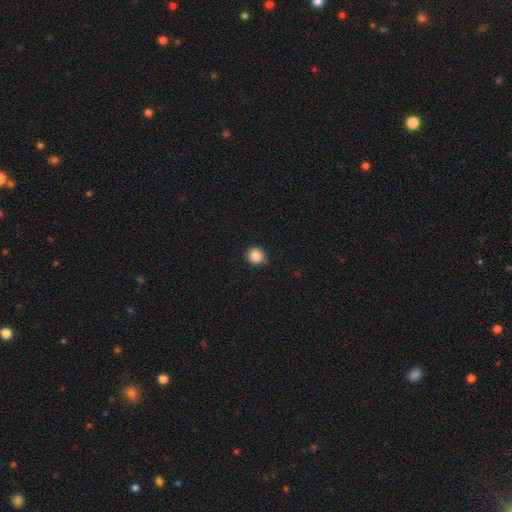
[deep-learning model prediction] The model was most divided on "merging": none: 81%, minor disturbance: 15%, major disturbance: 2%, merger: 1%. More confident: smooth or featured — smooth (88%); how rounded — round (83%).